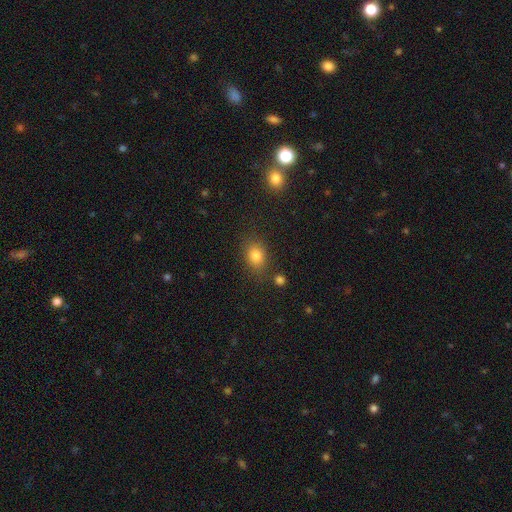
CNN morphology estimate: Overall: smooth (81%). How rounded: in between (64%; round 35%). Merging: none (77%).